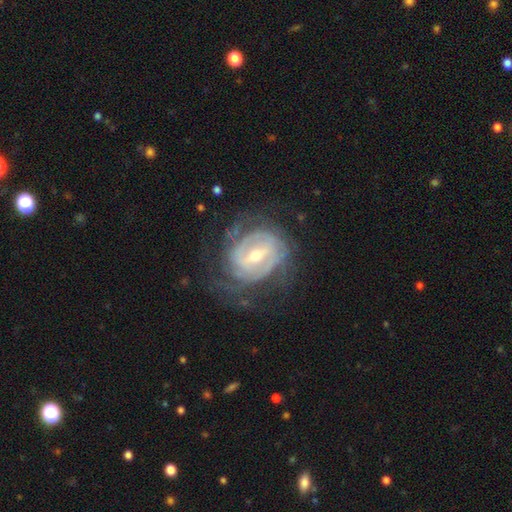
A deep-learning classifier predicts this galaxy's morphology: The model was most divided on "spiral arm count": can't tell: 37%, 2: 31%, 3: 15%, 4: 8%, 1: 5%, more than 4: 4%. Remaining: edge-on disk — no (97%); spiral arms — yes (91%); smooth or featured — featured or disk (86%); merging — none (65%); spiral winding — tight (63%); bulge size — moderate (54%); bar — weak (47%).